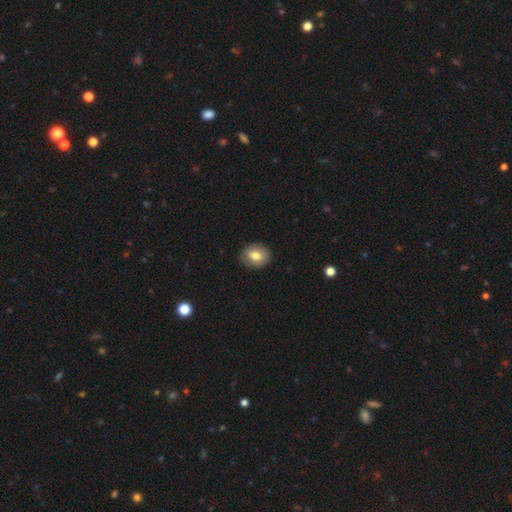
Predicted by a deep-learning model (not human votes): Smooth or featured: smooth — 78% (featured or disk — 14%)
How rounded: round — 63% (in between — 36%)
Merging: none — 88% (minor disturbance — 9%)